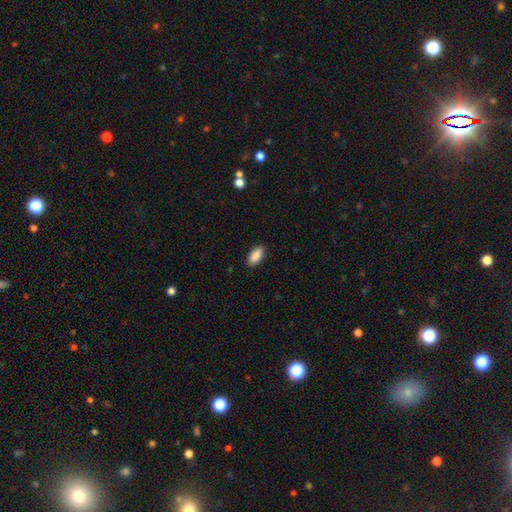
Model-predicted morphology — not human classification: Smooth or featured: smooth — 89% (star or artifact — 7%)
How rounded: in between — 90% (cigar-shaped — 8%)
Merging: none — 89% (minor disturbance — 8%)